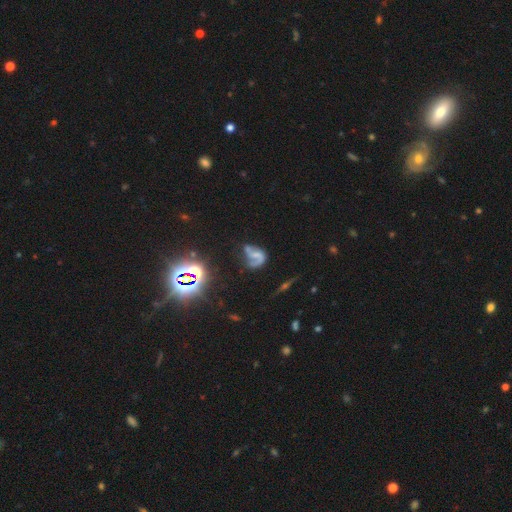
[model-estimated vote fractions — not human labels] Morphology: type=featured or disk (66%); edge-on=no (97%); bar=no (56%); spiral arms=yes (83%); winding=loose (54%); arm count=2 (57%); bulge=none (48%); merging=none (37%).